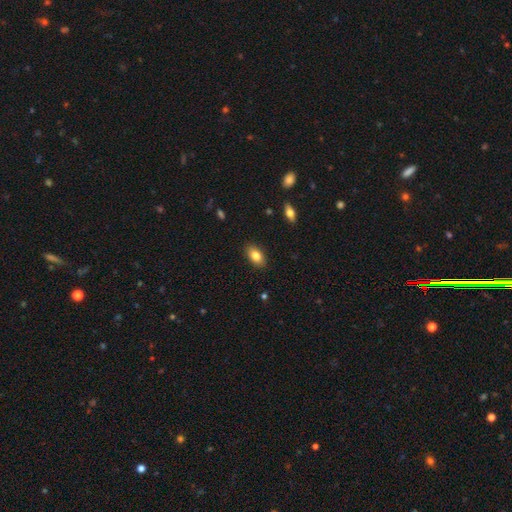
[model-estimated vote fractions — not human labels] smooth_or_featured: smooth (p=0.82) [alt: featured or disk p=0.10]
how_rounded: in between (p=0.90) [alt: round p=0.08]
merging: none (p=0.88) [alt: minor disturbance p=0.09]